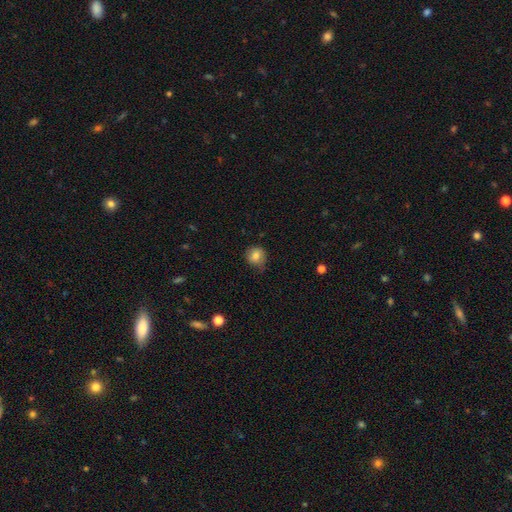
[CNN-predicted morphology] The model was most divided on "merging": none: 68%, minor disturbance: 25%, major disturbance: 6%, merger: 1%. More confident: how rounded — round (84%); smooth or featured — smooth (80%).